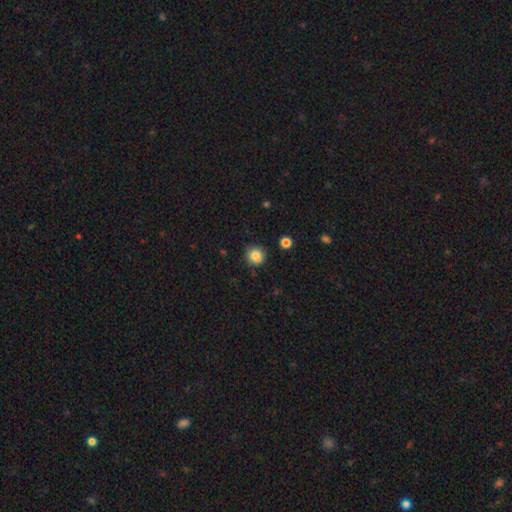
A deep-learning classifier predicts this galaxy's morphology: This appears to be a smooth galaxy with no disk features (79%) that is round (87%). Merging: none (71%).